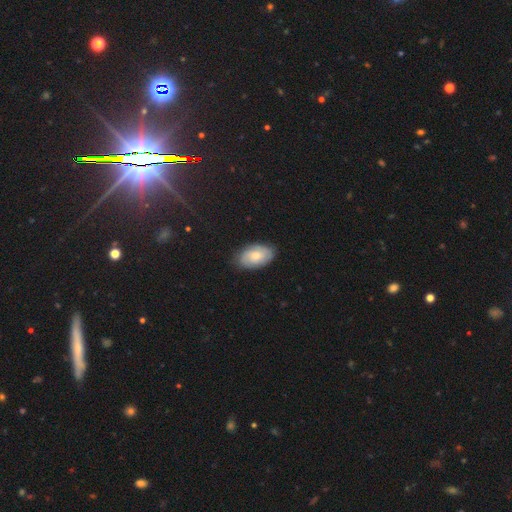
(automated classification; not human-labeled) Smooth or featured? smooth (60%)
How rounded? in between (92%)
Merging? none (81%)